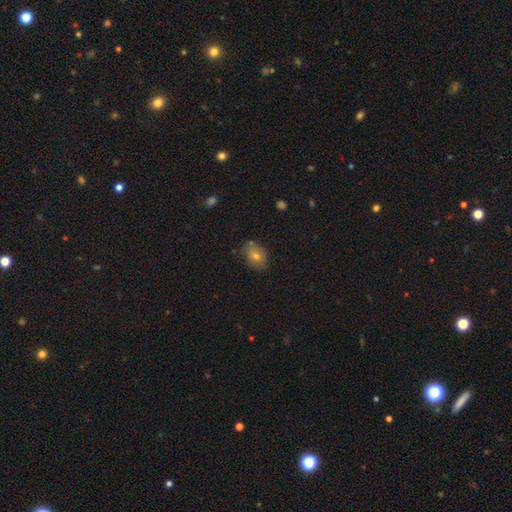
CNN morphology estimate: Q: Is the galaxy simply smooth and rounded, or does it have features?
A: smooth — 68%.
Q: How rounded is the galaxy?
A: in between — 61%.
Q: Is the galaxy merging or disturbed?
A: none — 76%.